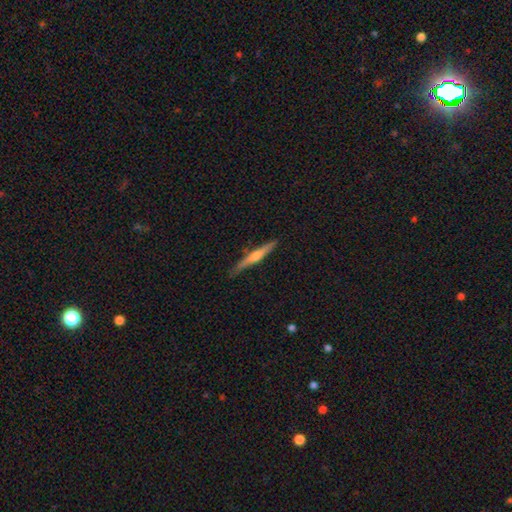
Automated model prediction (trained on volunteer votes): Smooth or featured: featured or disk — 68% (smooth — 26%)
Edge-on disk: yes — 98% (no — 2%)
Edge-on bulge: rounded — 81% (none — 11%)
Merging: none — 87% (minor disturbance — 10%)